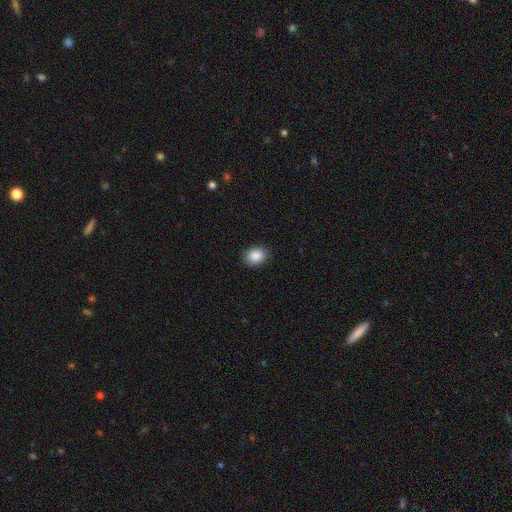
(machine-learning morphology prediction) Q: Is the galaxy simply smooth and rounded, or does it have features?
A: smooth — 88%.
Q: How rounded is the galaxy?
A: round — 54%.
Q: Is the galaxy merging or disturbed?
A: none — 85%.